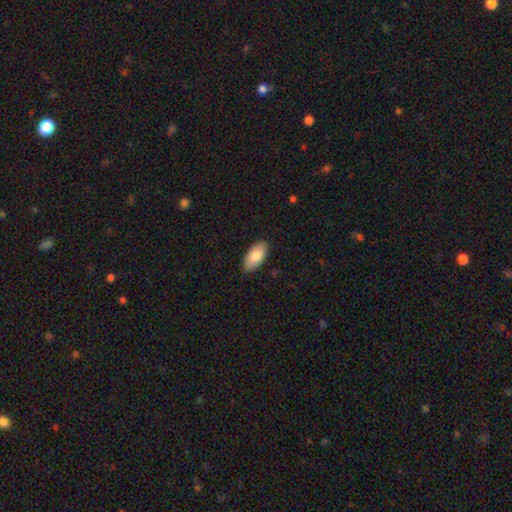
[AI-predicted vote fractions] Q: Smooth or featured?
A: smooth (81%); runner-up: featured or disk (13%)
Q: How rounded?
A: in between (94%); runner-up: cigar-shaped (4%)
Q: Merging?
A: none (86%); runner-up: minor disturbance (11%)